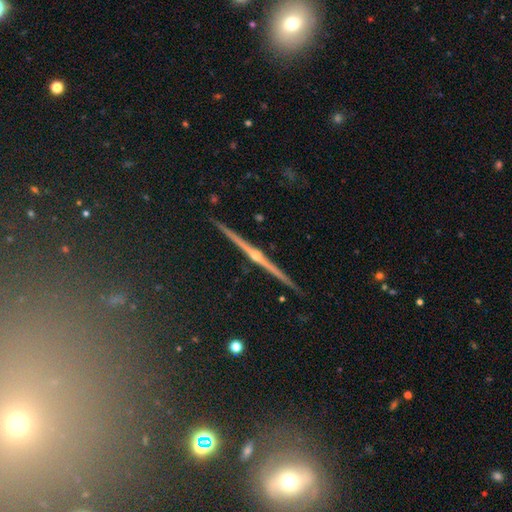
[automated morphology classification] featured or disk 83%, star or artifact 9%, smooth 8%. Down the decision tree: edge-on disk — yes (98%); edge-on bulge — rounded (79%); merging — none (92%).